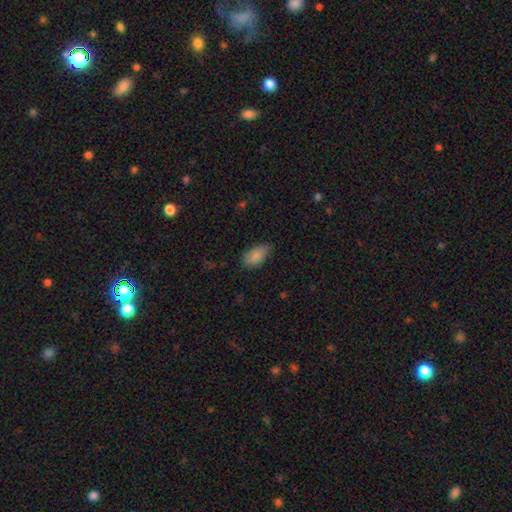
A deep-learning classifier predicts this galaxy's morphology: Overall: smooth (87%). How rounded: in between (93%). Merging: none (64%; minor disturbance 29%).